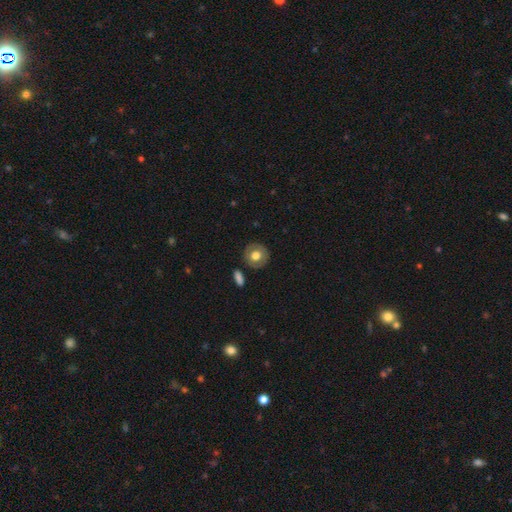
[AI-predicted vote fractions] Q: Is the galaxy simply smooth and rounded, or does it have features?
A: smooth — 63%.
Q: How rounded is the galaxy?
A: round — 87%.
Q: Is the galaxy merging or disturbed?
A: none — 85%.